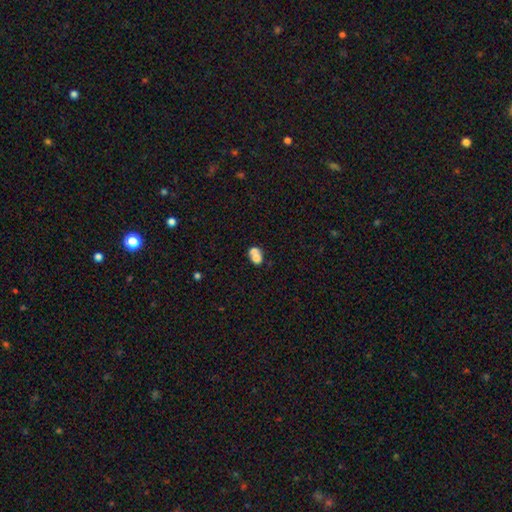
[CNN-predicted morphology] Q: Smooth or featured?
A: smooth (70%); runner-up: featured or disk (20%)
Q: How rounded?
A: in between (54%); runner-up: round (45%)
Q: Merging?
A: merger (65%); runner-up: none (23%)